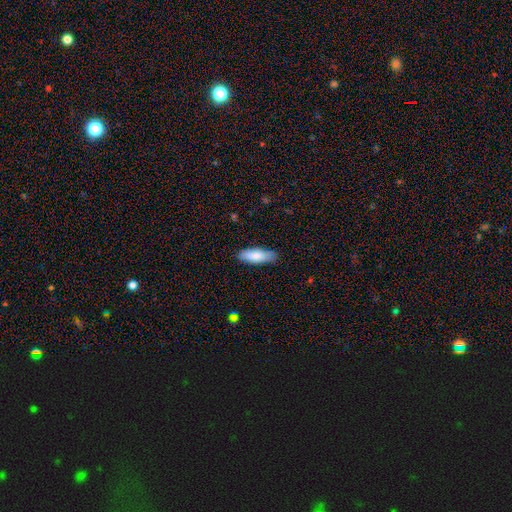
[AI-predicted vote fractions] smooth_or_featured: smooth (p=0.84) [alt: featured or disk p=0.11]
how_rounded: in between (p=0.62) [alt: cigar-shaped p=0.36]
merging: none (p=0.82) [alt: minor disturbance p=0.15]